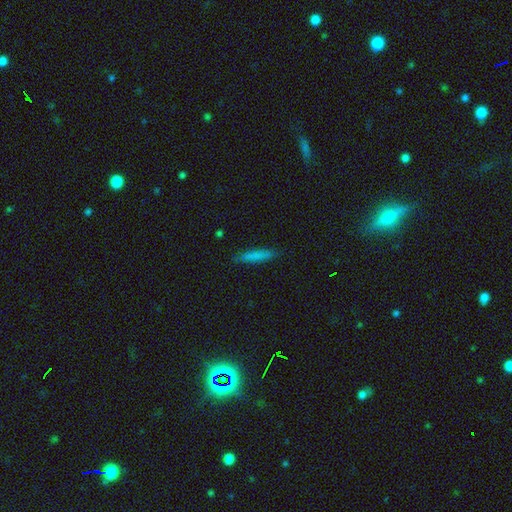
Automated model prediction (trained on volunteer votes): smooth-or-featured: smooth: 78% | featured or disk: 14% | star or artifact: 8%
  how-rounded: cigar-shaped: 88% | in between: 10% | round: 1%
  merging: none: 86% | minor disturbance: 11% | major disturbance: 2% | merger: 1%